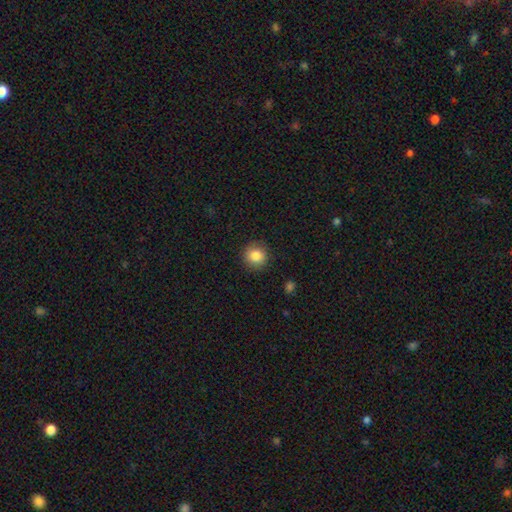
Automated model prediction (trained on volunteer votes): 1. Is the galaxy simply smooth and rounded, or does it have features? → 85% smooth, 9% star or artifact, 6% featured or disk.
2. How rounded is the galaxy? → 92% round, 7% in between, 1% cigar-shaped.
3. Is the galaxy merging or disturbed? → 88% none, 9% minor disturbance, 2% major disturbance, 1% merger.